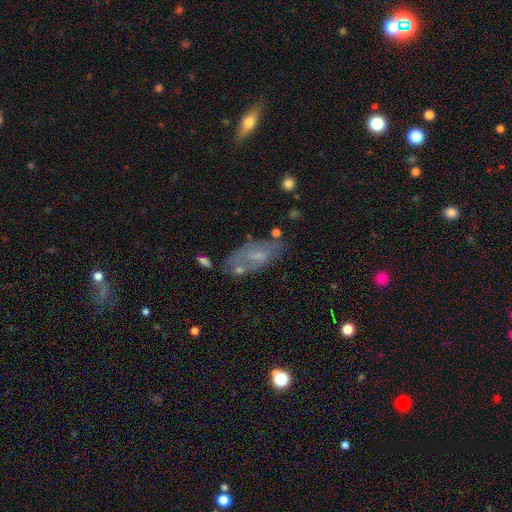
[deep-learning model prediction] This is possibly a smooth galaxy (46%). Merging: possibly none (58%).